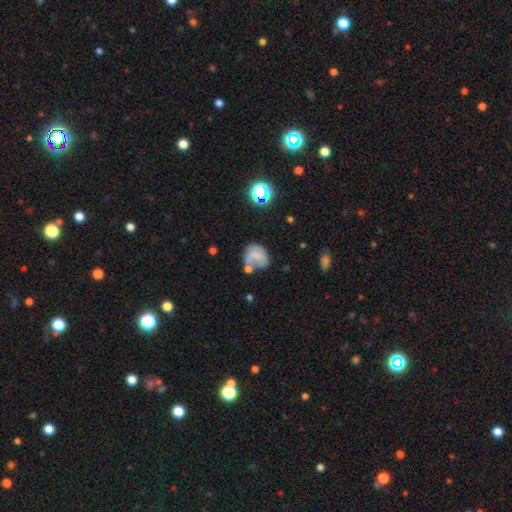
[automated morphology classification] The model was most divided on "merging": none: 35%, minor disturbance: 25%, major disturbance: 20%, merger: 20%. More confident: smooth or featured — smooth (60%); how rounded — round (59%).